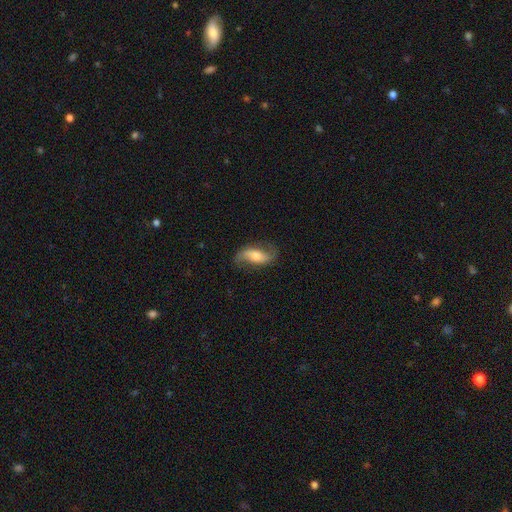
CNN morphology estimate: A featured or disk galaxy (70%) with no bar (40%), 2 (90%) loose (67%) spiral arms (91%) and a moderate central bulge (57%). Merging: none (75%).